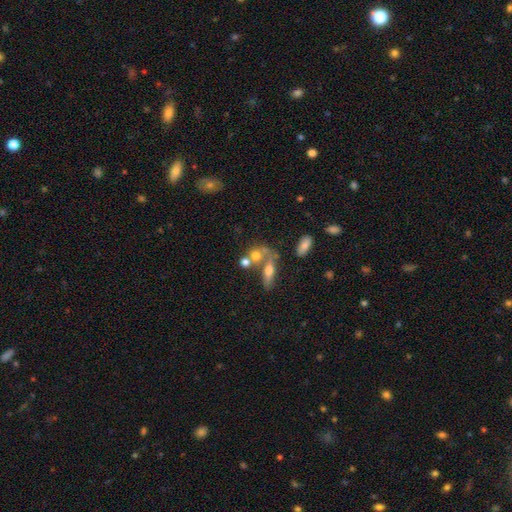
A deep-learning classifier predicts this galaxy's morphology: Smooth or featured?
  - smooth: 63% *
  - featured or disk: 25%
  - star or artifact: 12%
How rounded?
  - round: 47% *
  - in between: 43%
  - cigar-shaped: 10%
Merging?
  - merger: 48% *
  - none: 33%
  - minor disturbance: 11%
  - major disturbance: 9%